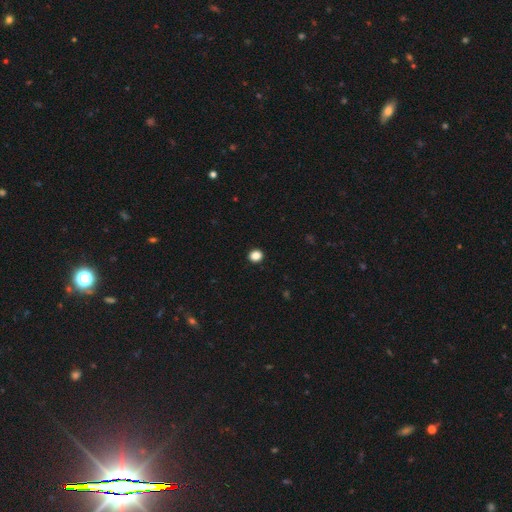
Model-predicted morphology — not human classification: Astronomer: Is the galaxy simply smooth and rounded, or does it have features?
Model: smooth — 86%.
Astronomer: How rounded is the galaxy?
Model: round — 80%.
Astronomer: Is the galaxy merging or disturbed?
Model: none — 93%.